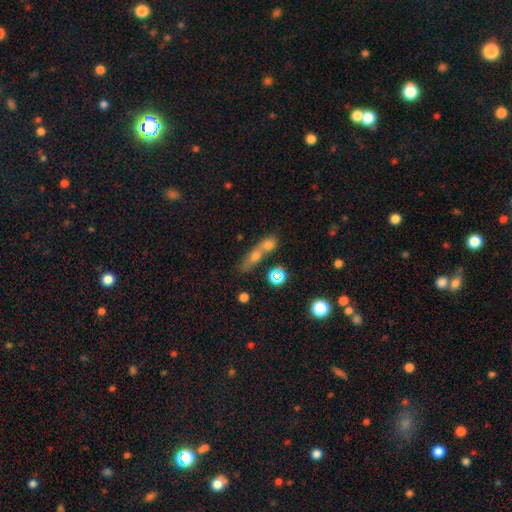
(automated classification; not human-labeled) A smooth galaxy with no disk features (48%). Merging: none (48%).